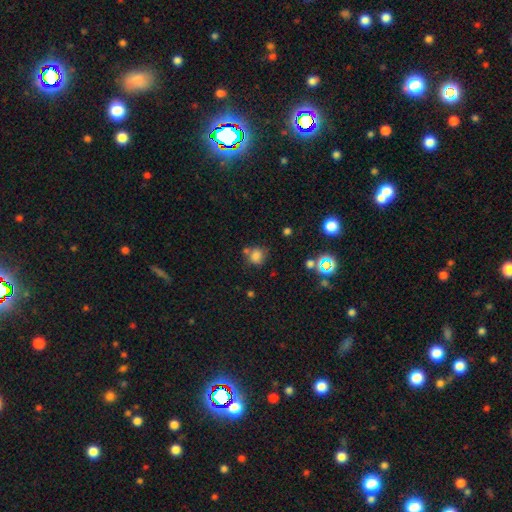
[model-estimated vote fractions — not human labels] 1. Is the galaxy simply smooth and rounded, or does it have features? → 74% smooth, 17% star or artifact, 9% featured or disk.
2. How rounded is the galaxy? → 77% round, 22% in between, 1% cigar-shaped.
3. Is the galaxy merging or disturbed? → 58% none, 18% minor disturbance, 18% merger, 7% major disturbance.